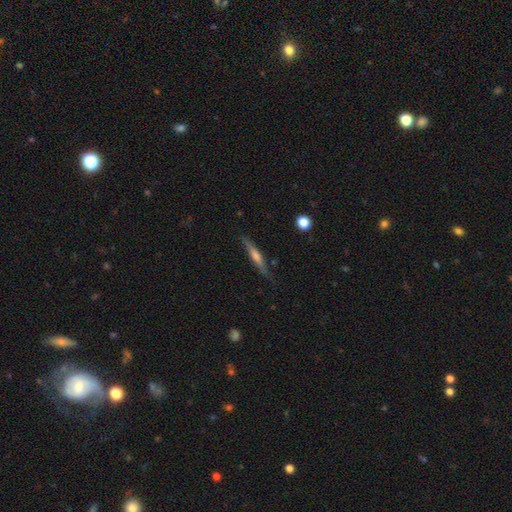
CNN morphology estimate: smooth-or-featured: featured or disk: 65% | smooth: 29% | star or artifact: 7%
  disk-edge-on: yes: 96% | no: 4%
    edge-on-bulge: rounded: 67% | none: 18% | boxy: 15%
  merging: none: 84% | minor disturbance: 12% | major disturbance: 2% | merger: 1%